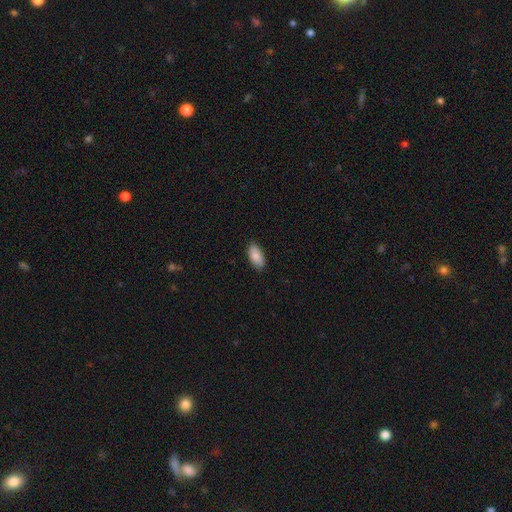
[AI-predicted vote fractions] smooth 89%, star or artifact 6%, featured or disk 5%. Down the decision tree: how rounded — in between (93%); merging — none (87%).